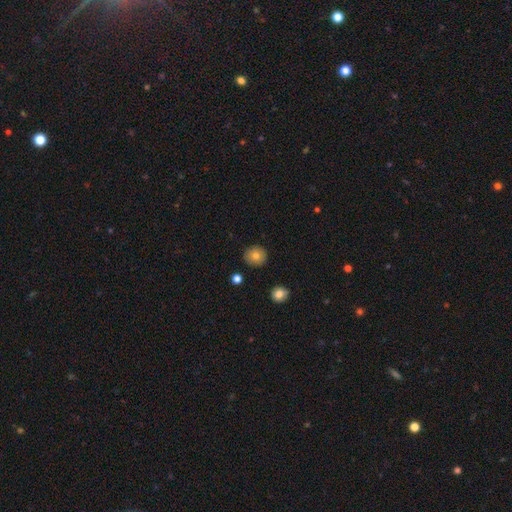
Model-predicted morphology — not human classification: Smooth or featured? Predicted: smooth (p=0.78). How rounded? Predicted: round (p=0.90). Merging? Predicted: none (p=0.89).